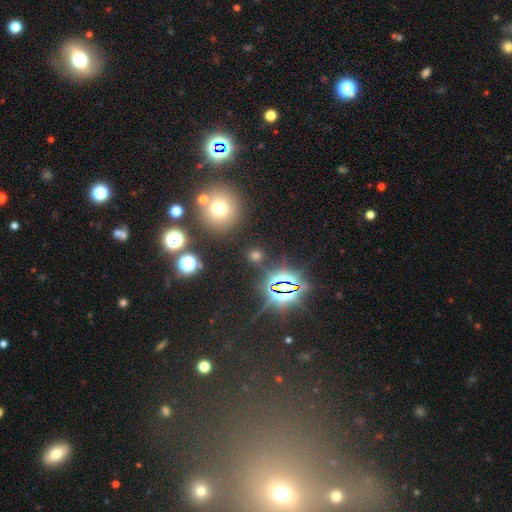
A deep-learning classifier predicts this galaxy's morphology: Q: Smooth or featured?
A: star or artifact (57%); runner-up: smooth (35%)